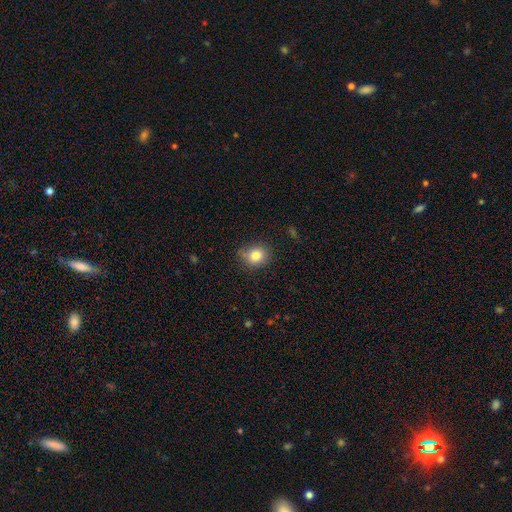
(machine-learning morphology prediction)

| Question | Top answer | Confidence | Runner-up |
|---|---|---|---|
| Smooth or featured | smooth | 81% | star or artifact (11%) |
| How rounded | round | 72% | in between (27%) |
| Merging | none | 79% | minor disturbance (16%) |